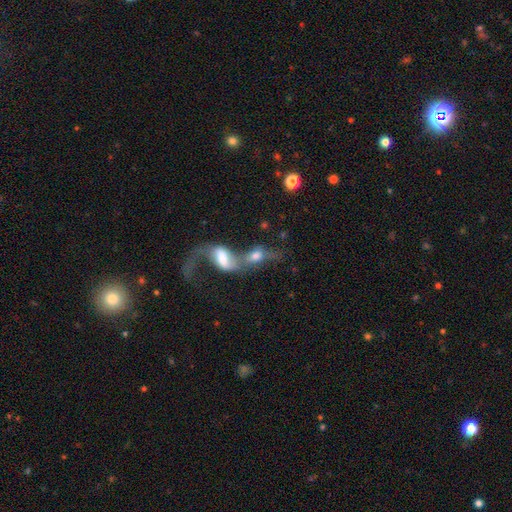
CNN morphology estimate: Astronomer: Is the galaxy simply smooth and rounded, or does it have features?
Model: featured or disk — 48% (runner-up: smooth, 42%).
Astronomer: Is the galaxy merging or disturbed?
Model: merger — 76%.